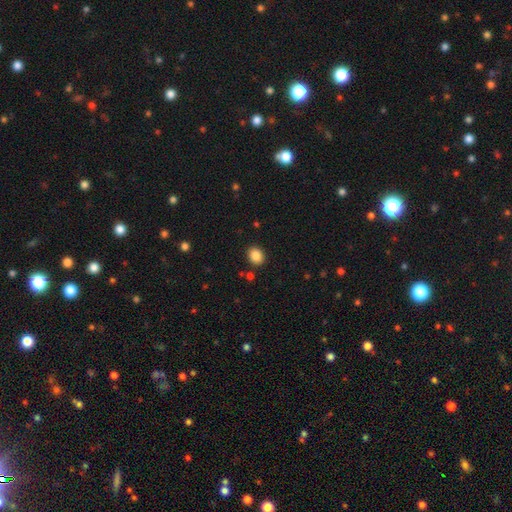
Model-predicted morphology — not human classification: Smooth or featured?
  - smooth: 87% *
  - star or artifact: 9%
  - featured or disk: 4%
How rounded?
  - round: 50% *
  - in between: 49%
  - cigar-shaped: 1%
Merging?
  - none: 88% *
  - minor disturbance: 7%
  - merger: 2%
  - major disturbance: 2%